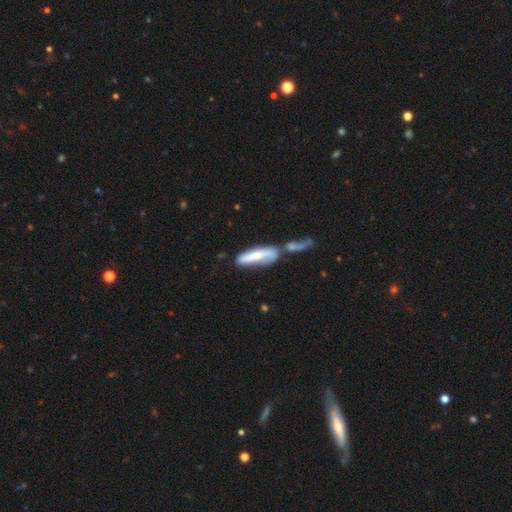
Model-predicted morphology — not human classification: A smooth galaxy with no disk features (54%) that is cigar-shaped (68%).

Vote fractions:
- Smooth or featured? smooth: 54% / featured or disk: 40% / star or artifact: 6%
- How rounded? cigar-shaped: 68% / in between: 30% / round: 2%
- Merging? merger: 52% / none: 27% / minor disturbance: 14% / major disturbance: 8%